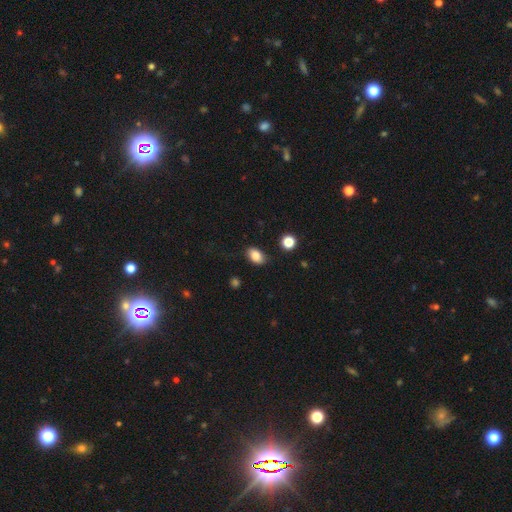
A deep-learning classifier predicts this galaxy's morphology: Smooth or featured? Predicted: smooth (p=0.86). How rounded? Predicted: in between (p=0.86). Merging? Predicted: none (p=0.82).